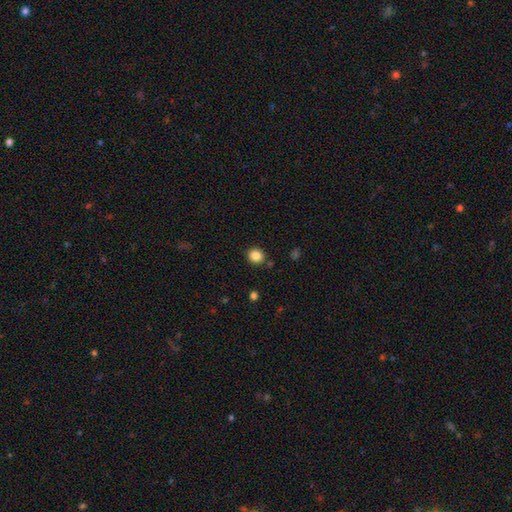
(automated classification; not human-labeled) Q: Smooth or featured?
A: smooth (85%); runner-up: star or artifact (11%)
Q: How rounded?
A: round (86%); runner-up: in between (13%)
Q: Merging?
A: none (88%); runner-up: minor disturbance (7%)